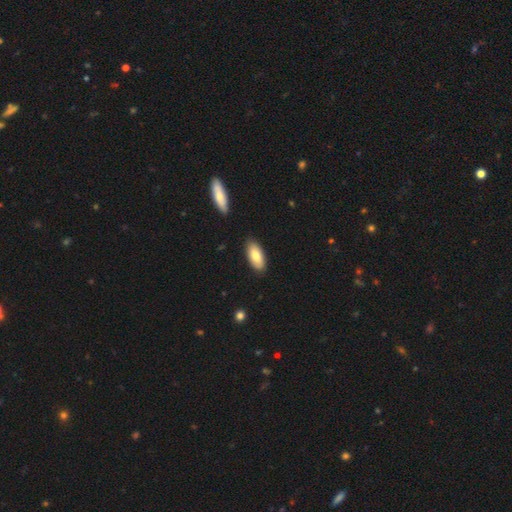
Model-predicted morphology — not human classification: smooth_or_featured: smooth (p=0.80) [alt: featured or disk p=0.15]
how_rounded: in between (p=0.88) [alt: cigar-shaped p=0.10]
merging: none (p=0.86) [alt: minor disturbance p=0.11]